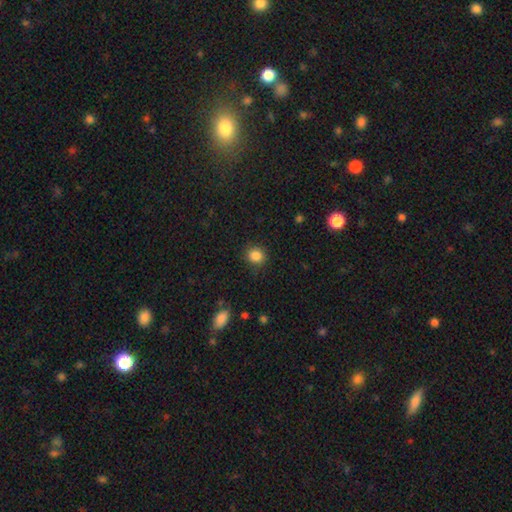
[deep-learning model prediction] This appears to be a smooth galaxy with no disk features (86%) that is round (83%). Merging: none (88%).